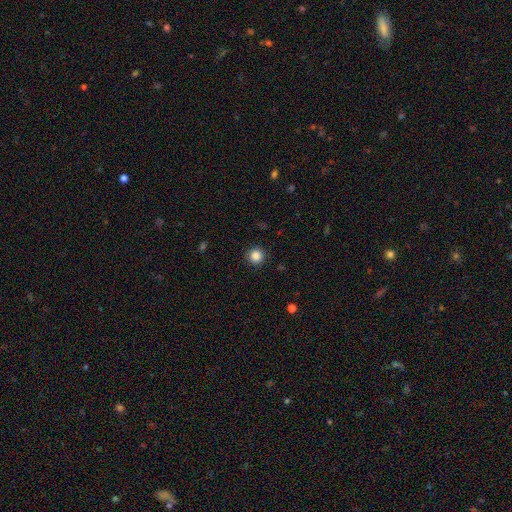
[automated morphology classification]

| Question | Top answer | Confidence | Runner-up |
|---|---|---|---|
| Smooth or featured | smooth | 86% | star or artifact (11%) |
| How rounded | round | 95% | in between (4%) |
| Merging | none | 92% | minor disturbance (5%) |